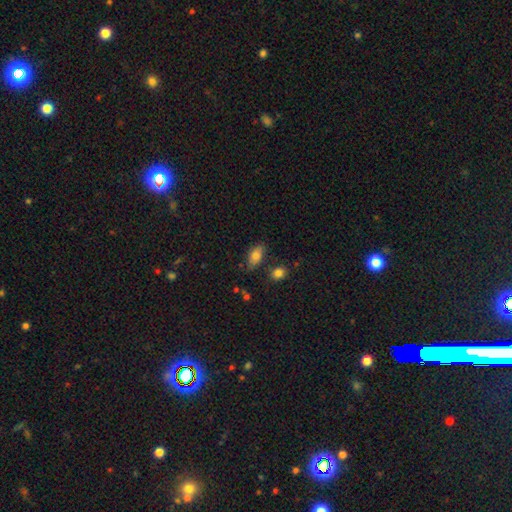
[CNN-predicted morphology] smooth-or-featured: smooth: 80% | featured or disk: 12% | star or artifact: 8%
  how-rounded: in between: 89% | cigar-shaped: 6% | round: 5%
  merging: none: 74% | minor disturbance: 17% | merger: 5% | major disturbance: 4%